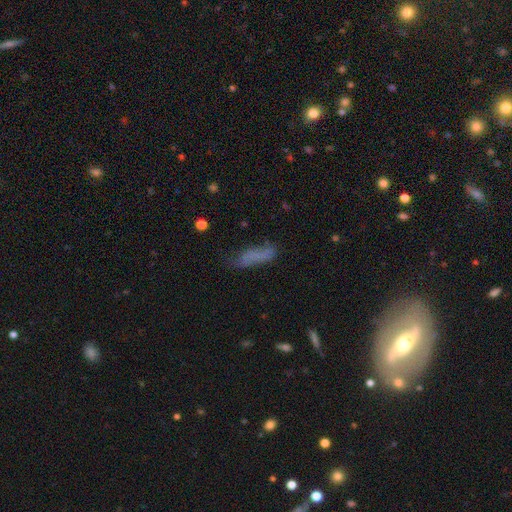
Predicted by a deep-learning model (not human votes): Smooth or featured?
  - smooth: 67% *
  - featured or disk: 21%
  - star or artifact: 12%
How rounded?
  - cigar-shaped: 61% *
  - in between: 37%
  - round: 2%
Merging?
  - none: 52% *
  - minor disturbance: 29%
  - major disturbance: 15%
  - merger: 4%